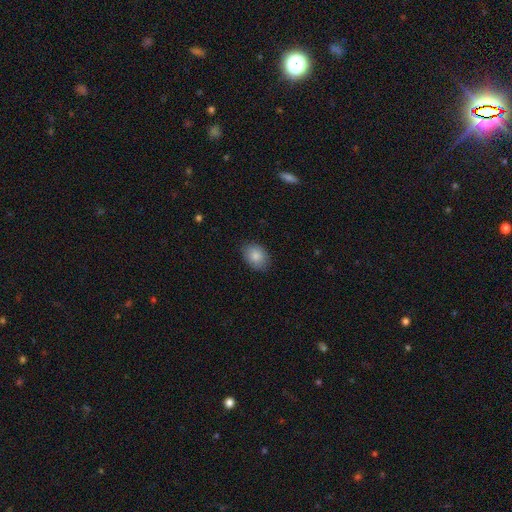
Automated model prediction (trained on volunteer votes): A smooth galaxy with no disk features (85%) that is in between round and cigar-shaped (70%).

Vote fractions:
- Smooth or featured? smooth: 85% / star or artifact: 8% / featured or disk: 7%
- How rounded? in between: 70% / round: 29% / cigar-shaped: 1%
- Merging? none: 83% / minor disturbance: 13% / major disturbance: 3% / merger: 1%